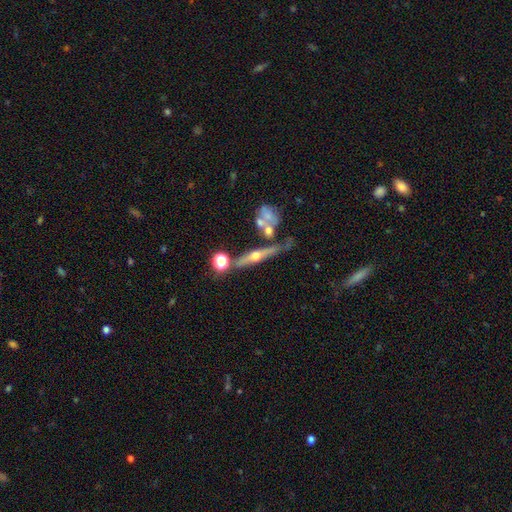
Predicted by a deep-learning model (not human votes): This appears to be a featured or disk galaxy (70%) viewed edge-on (90%) with a rounded central bulge (93%). Merging: none (62%).